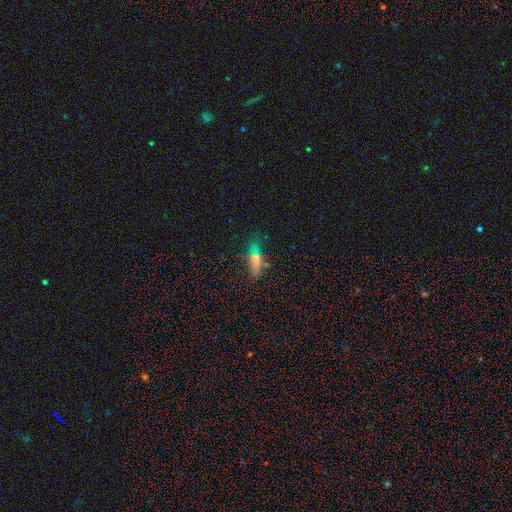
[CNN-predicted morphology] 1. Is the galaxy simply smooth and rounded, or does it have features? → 50% smooth, 30% featured or disk, 19% star or artifact.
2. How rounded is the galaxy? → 47% cigar-shaped, 44% in between, 9% round.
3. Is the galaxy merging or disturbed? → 68% none, 19% minor disturbance, 7% major disturbance, 5% merger.